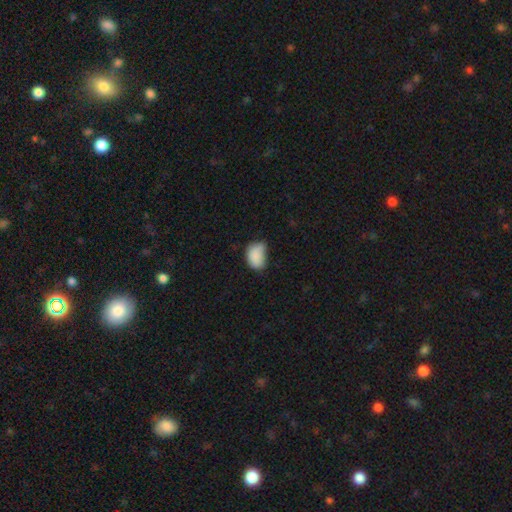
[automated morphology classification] Smooth or featured? smooth (84%)
How rounded? in between (81%)
Merging? minor disturbance (43%)